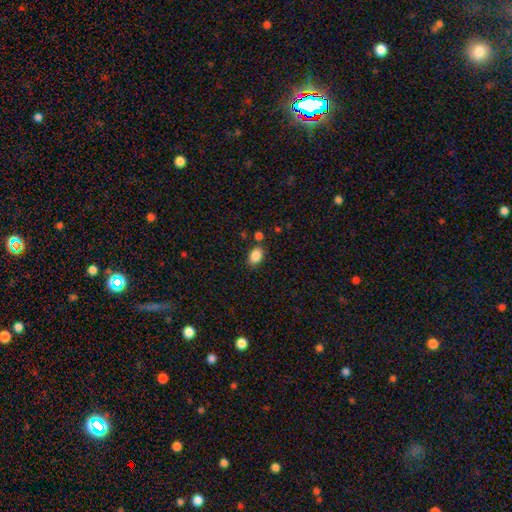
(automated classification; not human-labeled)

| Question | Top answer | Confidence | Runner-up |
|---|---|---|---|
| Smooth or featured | smooth | 87% | star or artifact (9%) |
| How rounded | in between | 81% | round (18%) |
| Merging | none | 78% | minor disturbance (12%) |